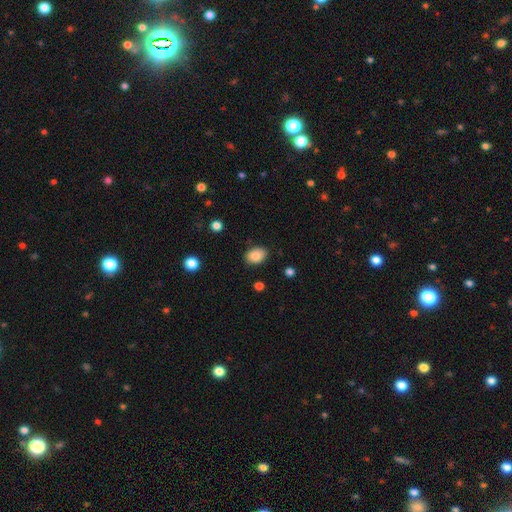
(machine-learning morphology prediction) Smooth or featured?
  - smooth: 88% *
  - star or artifact: 8%
  - featured or disk: 4%
How rounded?
  - in between: 78% *
  - round: 21%
  - cigar-shaped: 1%
Merging?
  - none: 84% *
  - minor disturbance: 11%
  - major disturbance: 3%
  - merger: 1%